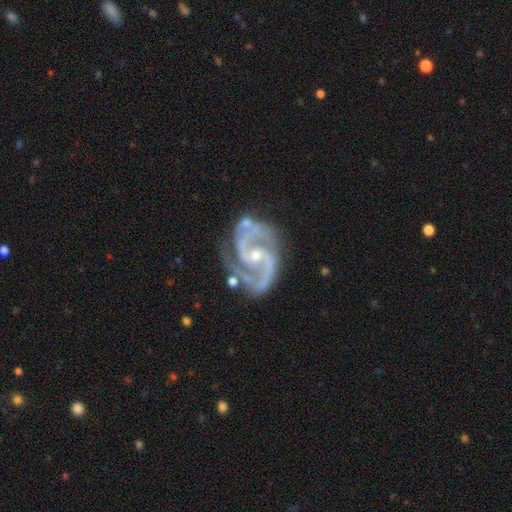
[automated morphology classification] smooth-or-featured: featured or disk: 93% | star or artifact: 5% | smooth: 2%
  disk-edge-on: no: 98% | yes: 2%
    bar: no: 46% | weak: 38% | strong: 16%
    has-spiral-arms: yes: 99% | no: 1%
      spiral-winding: medium: 60% | tight: 29% | loose: 11%
      spiral-arm-count: 2: 84% | 3: 9% | can't tell: 3% | 4: 2% | 1: 2% | more than 4: 2%
    bulge-size: small: 61% | moderate: 35% | none: 1% | large: 1% | dominant: 1%
  merging: none: 61% | minor disturbance: 23% | major disturbance: 10% | merger: 6%